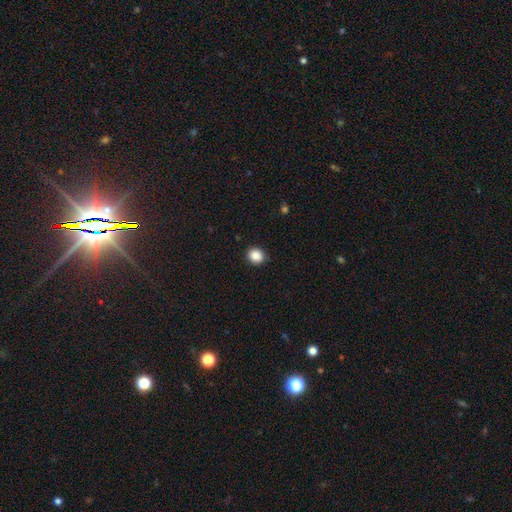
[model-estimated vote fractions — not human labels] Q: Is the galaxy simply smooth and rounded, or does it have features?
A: smooth — 87%.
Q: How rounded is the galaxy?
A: round — 80%.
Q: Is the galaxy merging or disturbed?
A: none — 91%.